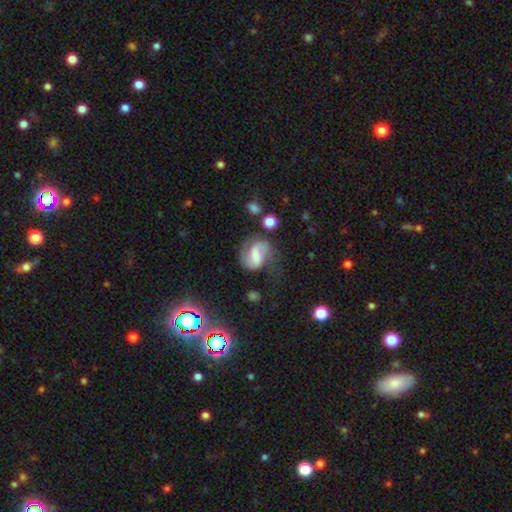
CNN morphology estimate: Smooth or featured? Predicted: featured or disk (p=0.70). Edge-on disk? Predicted: no (p=0.97). Bar? Predicted: weak (p=0.46). Spiral arms? Predicted: yes (p=0.91). Spiral winding? Predicted: medium (p=0.46). Spiral arm count? Predicted: 2 (p=0.83). Bulge size? Predicted: moderate (p=0.42). Merging? Predicted: none (p=0.54).